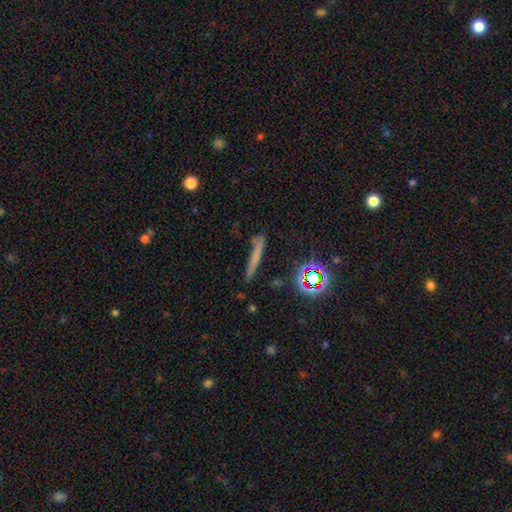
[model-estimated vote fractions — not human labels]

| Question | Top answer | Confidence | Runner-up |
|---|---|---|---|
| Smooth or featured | smooth | 57% | featured or disk (26%) |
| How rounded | cigar-shaped | 90% | in between (5%) |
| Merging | none | 78% | minor disturbance (15%) |